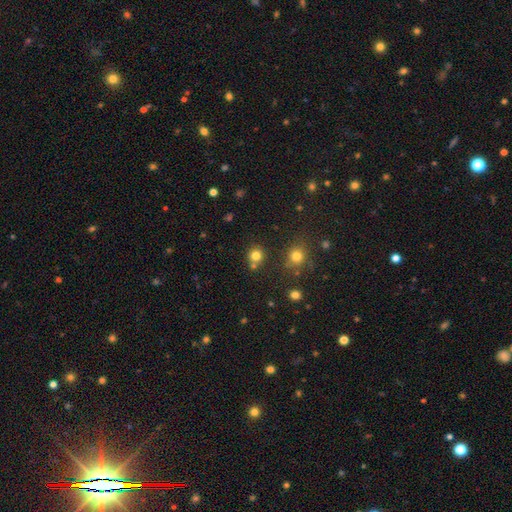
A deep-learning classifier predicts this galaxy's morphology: This appears to be a smooth galaxy with no disk features (78%) that is round (90%). Merging: none (73%).